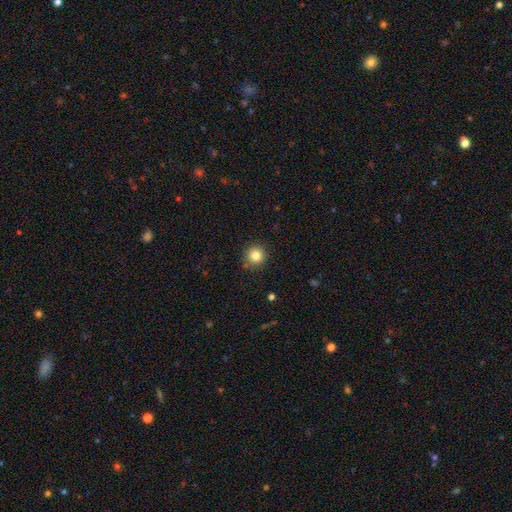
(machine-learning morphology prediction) This appears to be a smooth galaxy with no disk features (83%) that is round (94%). Merging: none (89%).